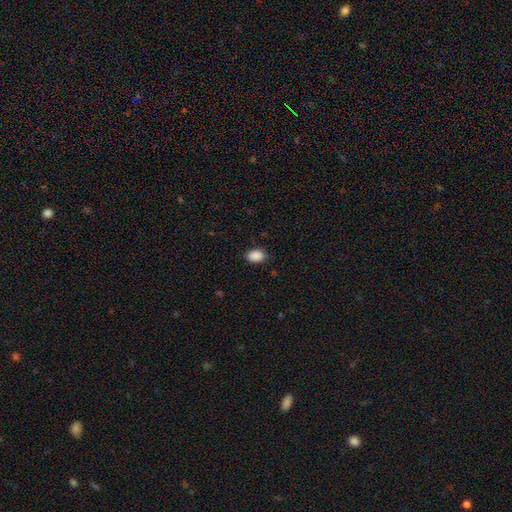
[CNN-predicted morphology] Smooth or featured? Predicted: smooth (p=0.90). How rounded? Predicted: in between (p=0.83). Merging? Predicted: none (p=0.86).